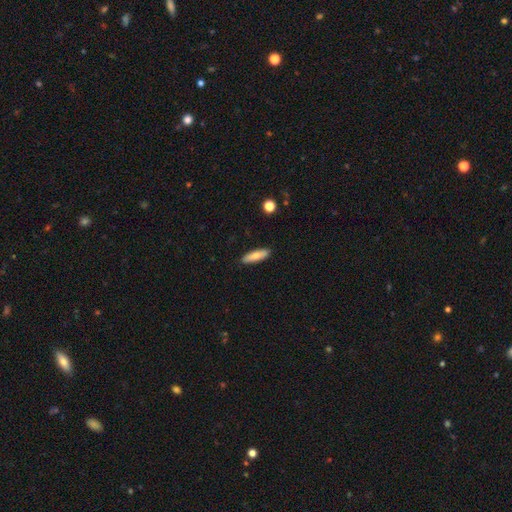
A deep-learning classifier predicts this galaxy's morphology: smooth-or-featured: smooth: 75% | featured or disk: 18% | star or artifact: 6%
  how-rounded: cigar-shaped: 63% | in between: 35% | round: 2%
  merging: none: 89% | minor disturbance: 8% | major disturbance: 2% | merger: 1%